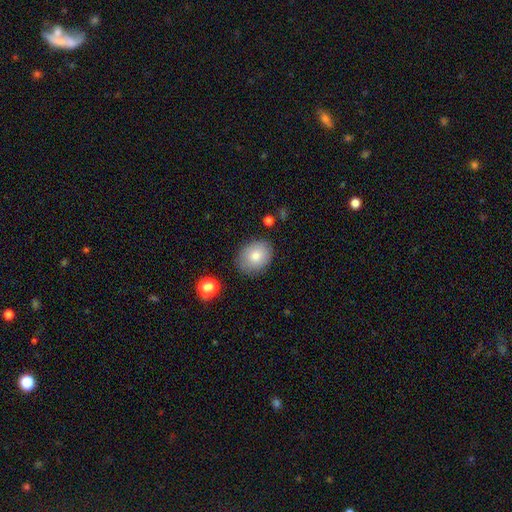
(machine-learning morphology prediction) Smooth or featured? Predicted: smooth (p=0.79). How rounded? Predicted: in between (p=0.58). Merging? Predicted: none (p=0.83).